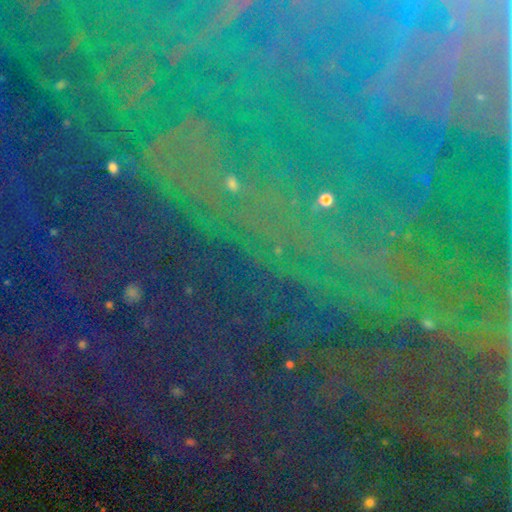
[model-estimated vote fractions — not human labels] star or artifact 82%, featured or disk 9%, smooth 9%.